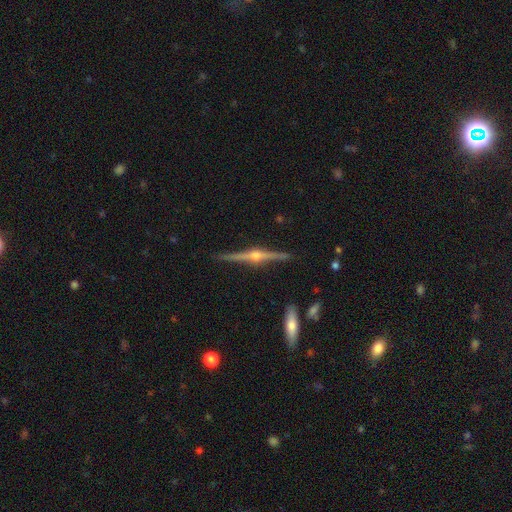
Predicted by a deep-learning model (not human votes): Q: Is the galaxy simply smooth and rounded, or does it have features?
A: featured or disk — 88%.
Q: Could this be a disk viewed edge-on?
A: yes — 98%.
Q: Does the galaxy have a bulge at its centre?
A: rounded — 93%.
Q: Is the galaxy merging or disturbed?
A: none — 89%.